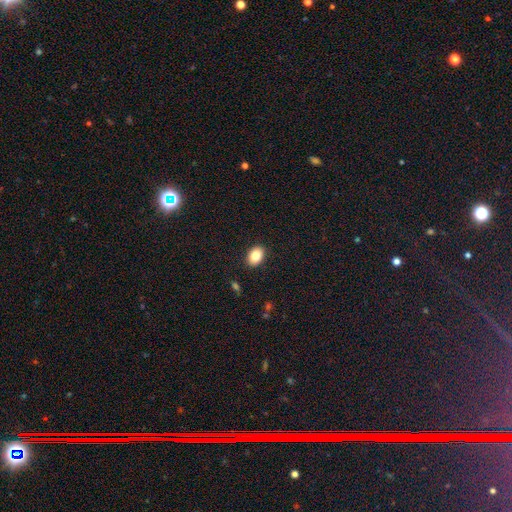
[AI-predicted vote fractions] smooth 84%, star or artifact 8%, featured or disk 8%. Down the decision tree: how rounded — in between (80%); merging — none (90%).